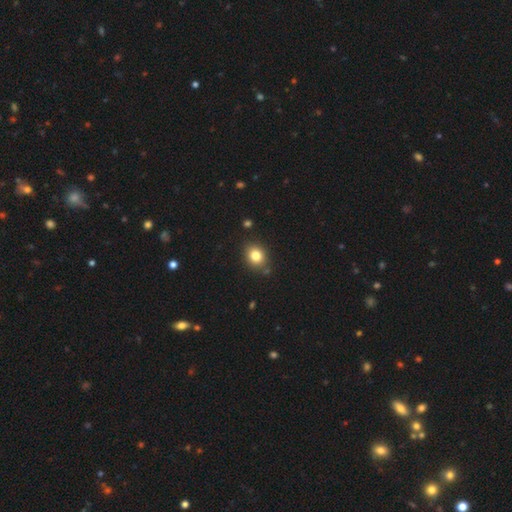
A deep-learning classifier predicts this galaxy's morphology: Smooth or featured? Predicted: smooth (p=0.81). How rounded? Predicted: round (p=0.58). Merging? Predicted: none (p=0.82).